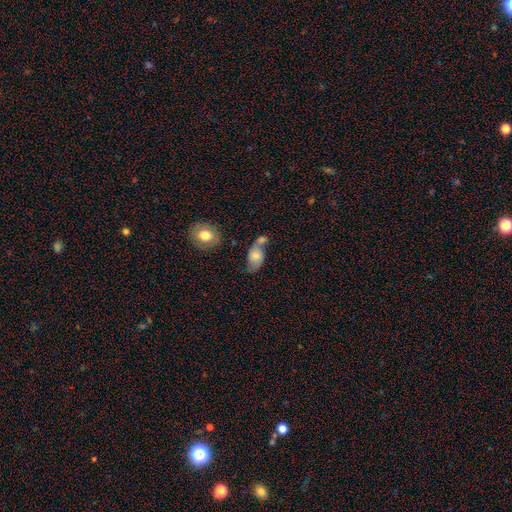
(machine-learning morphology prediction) Q: Smooth or featured?
A: smooth (58%); runner-up: featured or disk (34%)
Q: How rounded?
A: in between (85%); runner-up: round (12%)
Q: Merging?
A: merger (36%); runner-up: none (34%)